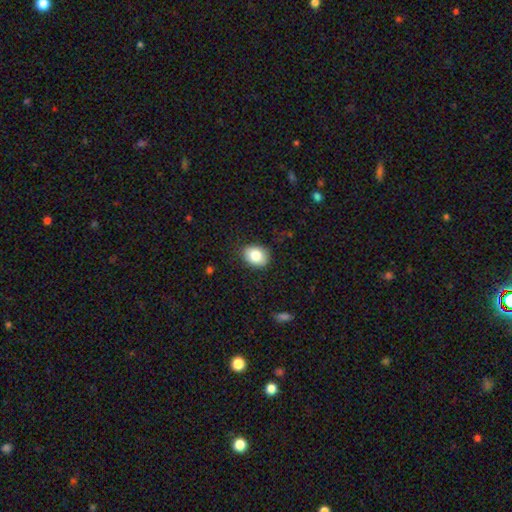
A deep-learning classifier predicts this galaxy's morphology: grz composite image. It shows a smooth galaxy with no disk features (84%) that is in between round and cigar-shaped (59%). Merging: none (86%).